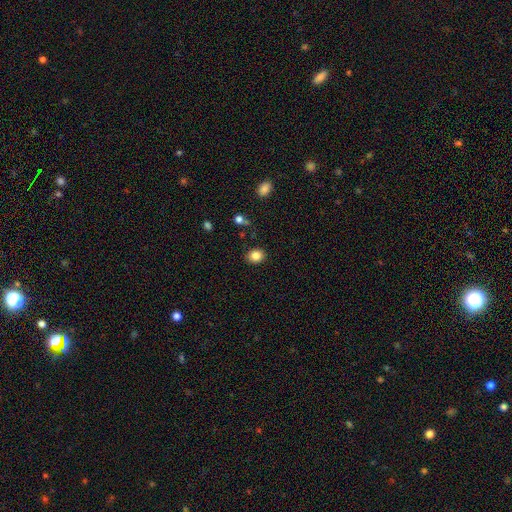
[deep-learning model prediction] smooth-or-featured: smooth: 84% | star or artifact: 10% | featured or disk: 6%
  how-rounded: round: 60% | in between: 39% | cigar-shaped: 1%
  merging: none: 87% | minor disturbance: 9% | major disturbance: 2% | merger: 2%